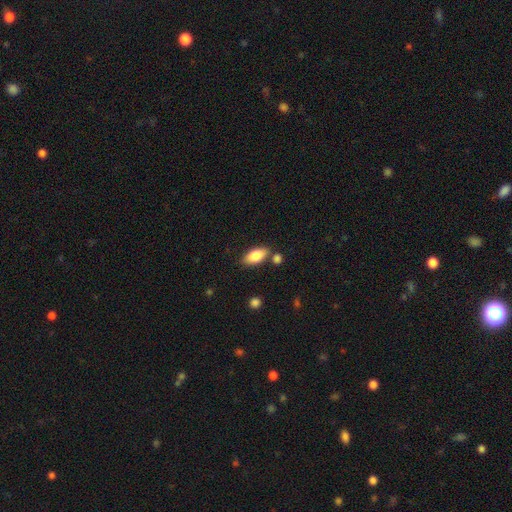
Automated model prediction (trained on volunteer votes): Smooth or featured? smooth (84%)
How rounded? in between (89%)
Merging? none (76%)